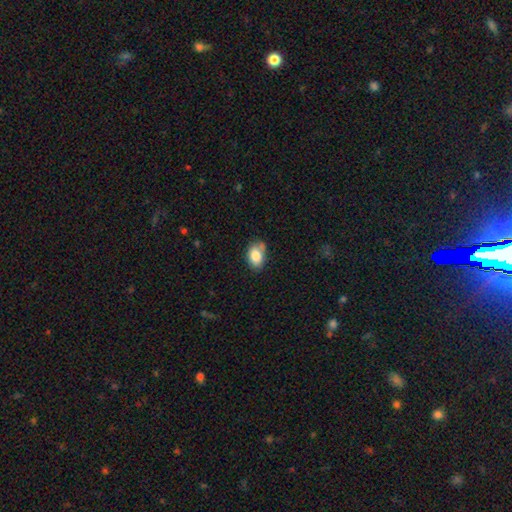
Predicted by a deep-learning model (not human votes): smooth-or-featured: smooth: 83% | featured or disk: 10% | star or artifact: 8%
  how-rounded: in between: 85% | round: 14% | cigar-shaped: 1%
  merging: none: 58% | minor disturbance: 29% | major disturbance: 6% | merger: 6%